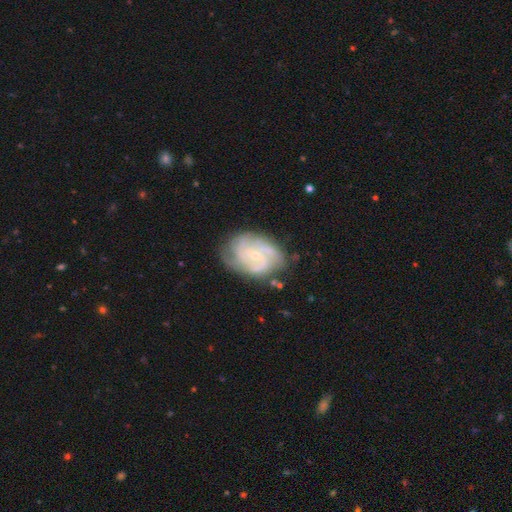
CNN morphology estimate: Smooth or featured? featured or disk (84%)
Edge-on disk? no (97%)
Bar? no (63%)
Spiral arms? yes (96%)
Spiral winding? tight (56%)
Spiral arm count? 3 (31%)
Bulge size? small (73%)
Merging? none (71%)